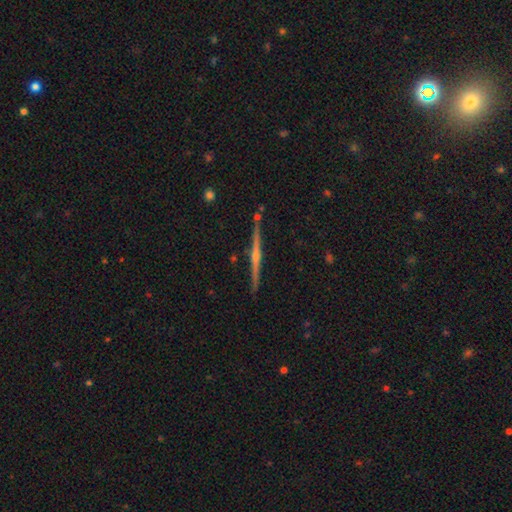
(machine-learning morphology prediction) featured or disk 80%, smooth 13%, star or artifact 7%. Down the decision tree: edge-on disk — yes (98%); edge-on bulge — rounded (77%); merging — none (90%).